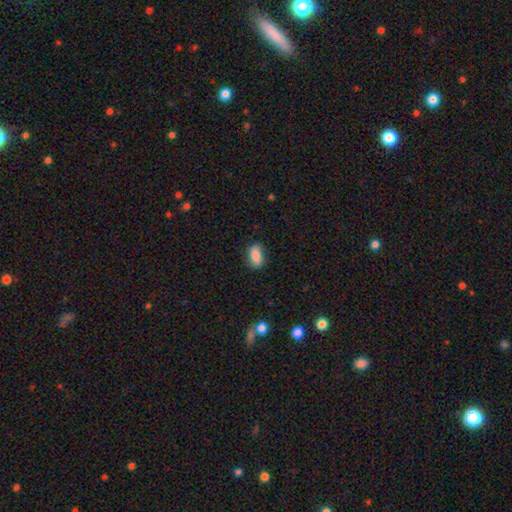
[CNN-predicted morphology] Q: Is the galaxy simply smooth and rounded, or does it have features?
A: smooth — 85%.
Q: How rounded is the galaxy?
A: in between — 88%.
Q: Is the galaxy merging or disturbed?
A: none — 80%.